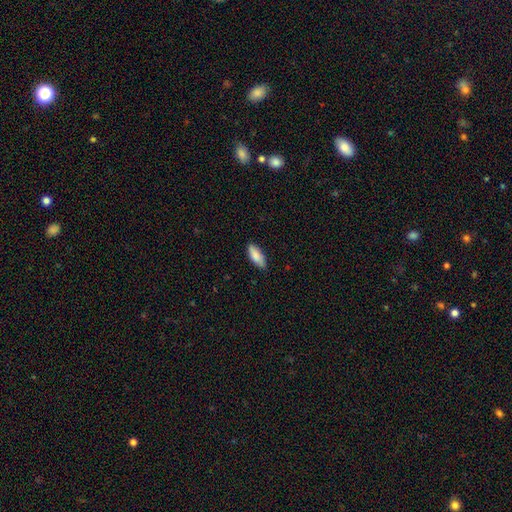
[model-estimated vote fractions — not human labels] Morphology: type=smooth (86%); roundness=in between (78%); merging=none (82%).